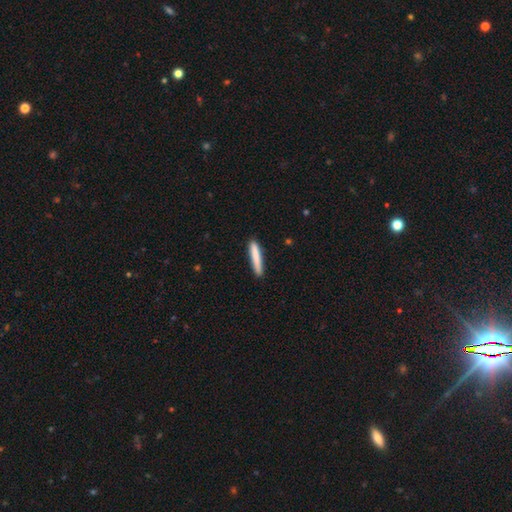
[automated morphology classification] smooth-or-featured: smooth: 83% | featured or disk: 12% | star or artifact: 6%
  how-rounded: cigar-shaped: 94% | in between: 5% | round: 1%
  merging: none: 88% | minor disturbance: 9% | major disturbance: 2% | merger: 1%